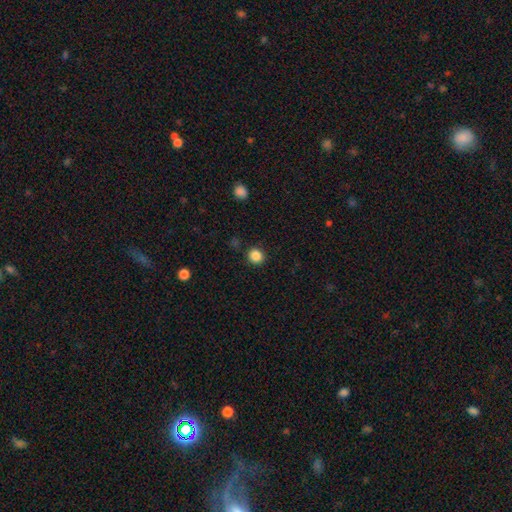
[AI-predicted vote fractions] Q: Smooth or featured?
A: smooth (86%); runner-up: star or artifact (11%)
Q: How rounded?
A: round (91%); runner-up: in between (9%)
Q: Merging?
A: none (90%); runner-up: minor disturbance (6%)